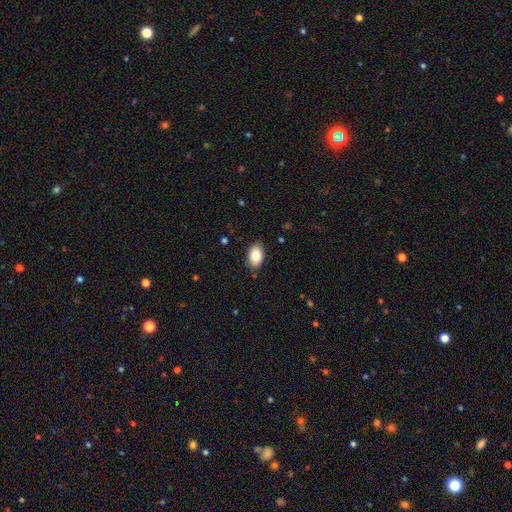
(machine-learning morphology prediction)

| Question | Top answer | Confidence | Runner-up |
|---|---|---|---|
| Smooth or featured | smooth | 83% | featured or disk (9%) |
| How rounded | in between | 90% | round (9%) |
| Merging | none | 87% | minor disturbance (10%) |